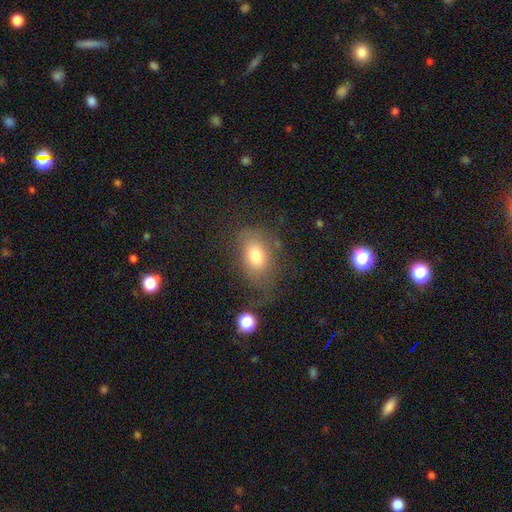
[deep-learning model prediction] A smooth galaxy with no disk features (73%) that is in between round and cigar-shaped (81%). Merging: none (59%).